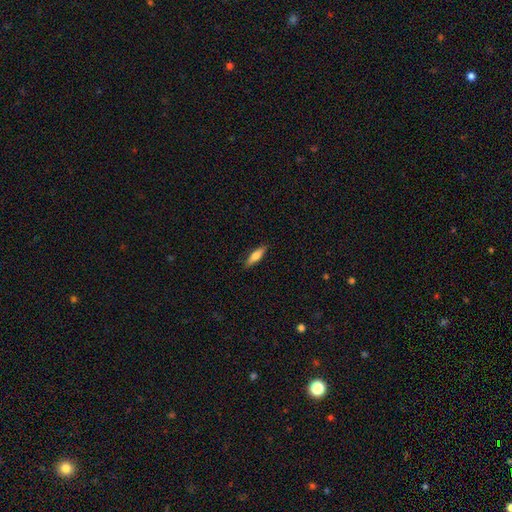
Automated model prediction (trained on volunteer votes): Overall: smooth (75%). How rounded: cigar-shaped (61%; in between 37%). Merging: none (87%).